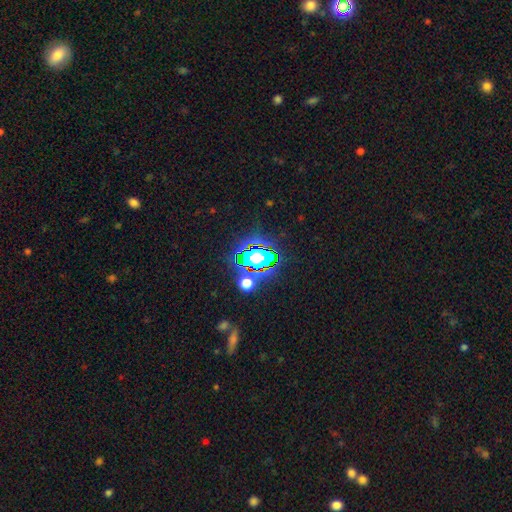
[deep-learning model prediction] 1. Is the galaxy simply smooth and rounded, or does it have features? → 68% star or artifact, 20% smooth, 13% featured or disk.